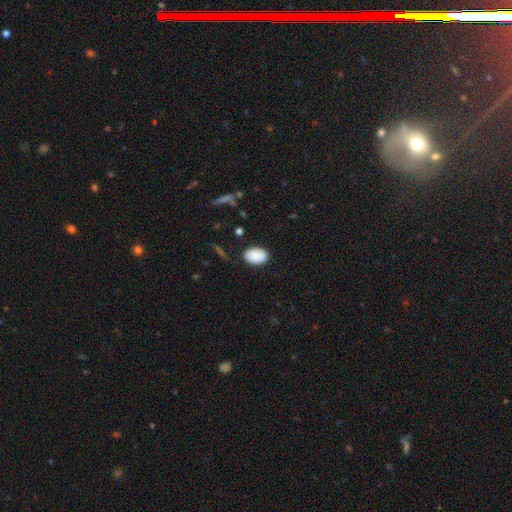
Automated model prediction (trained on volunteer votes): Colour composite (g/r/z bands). It shows a smooth galaxy with no disk features (89%) that is in between round and cigar-shaped (87%). Merging: none (84%).